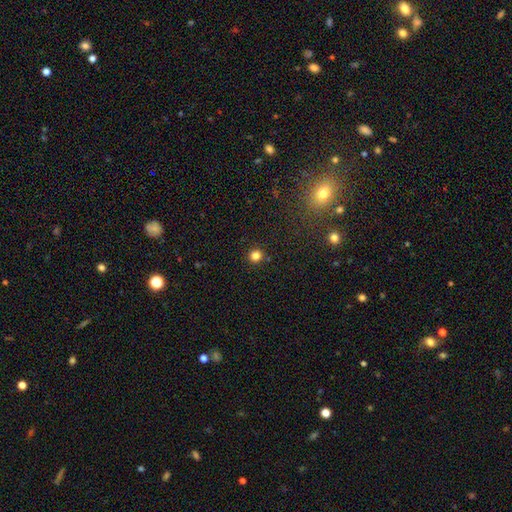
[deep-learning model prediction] Smooth or featured? smooth (81%)
How rounded? round (94%)
Merging? none (91%)